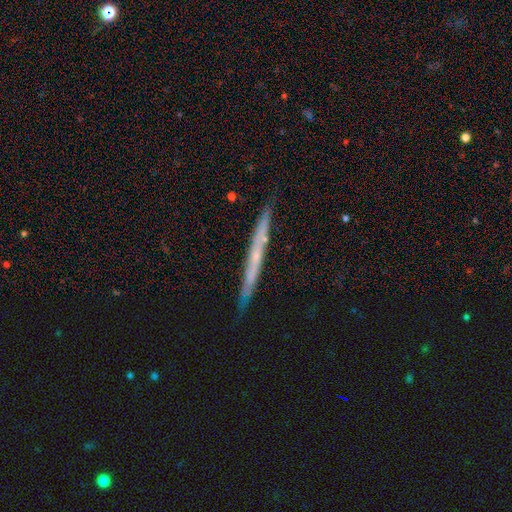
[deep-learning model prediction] The model was most divided on "smooth or featured": featured or disk: 63%, smooth: 30%, star or artifact: 7%. More confident: edge-on disk — yes (95%); merging — none (87%); edge-on bulge — none (75%).